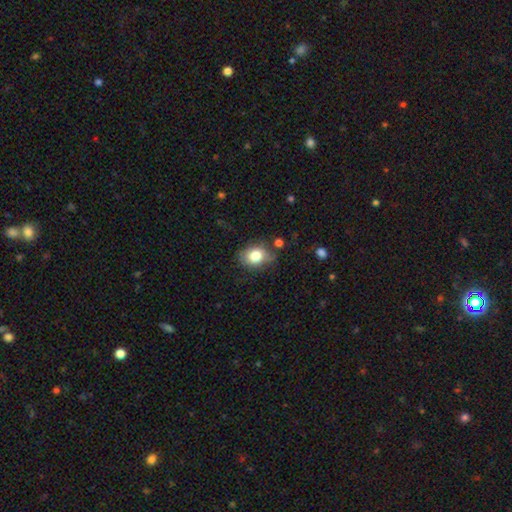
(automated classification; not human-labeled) Smooth or featured?
  - smooth: 79% *
  - featured or disk: 12%
  - star or artifact: 9%
How rounded?
  - in between: 57% *
  - round: 42%
  - cigar-shaped: 1%
Merging?
  - none: 70% *
  - minor disturbance: 21%
  - major disturbance: 6%
  - merger: 4%